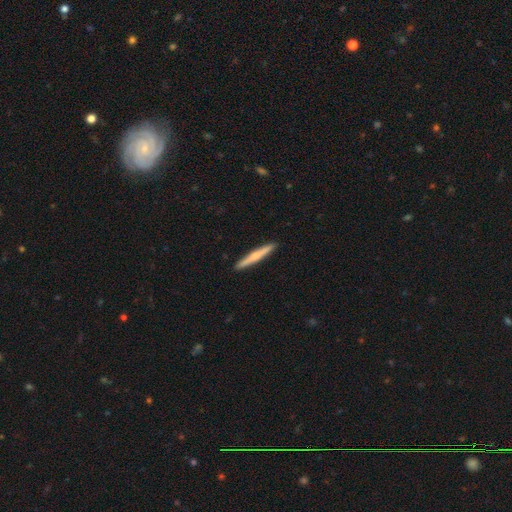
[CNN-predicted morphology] Q: Smooth or featured?
A: smooth (53%); runner-up: featured or disk (42%)
Q: How rounded?
A: cigar-shaped (96%); runner-up: in between (3%)
Q: Merging?
A: none (93%); runner-up: minor disturbance (5%)